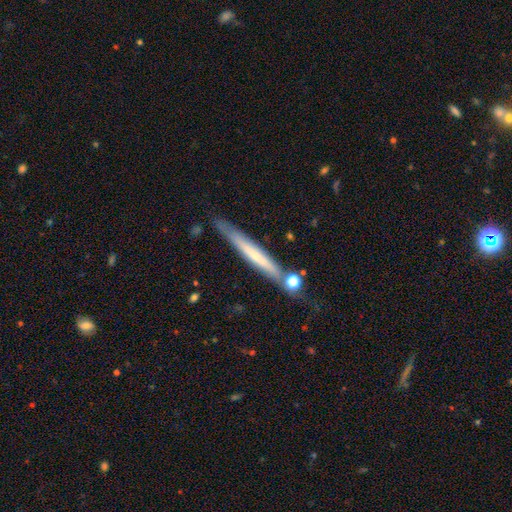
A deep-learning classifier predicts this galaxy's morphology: type=featured or disk (48%); merging=none (75%).